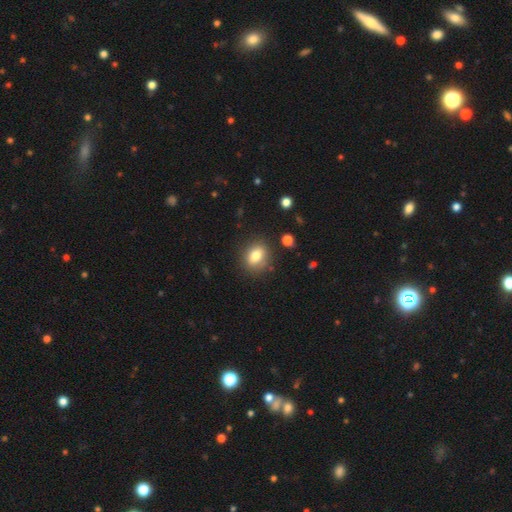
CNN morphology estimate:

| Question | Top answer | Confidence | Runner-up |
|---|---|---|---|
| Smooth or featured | smooth | 79% | featured or disk (12%) |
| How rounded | in between | 60% | round (38%) |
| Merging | none | 84% | minor disturbance (11%) |